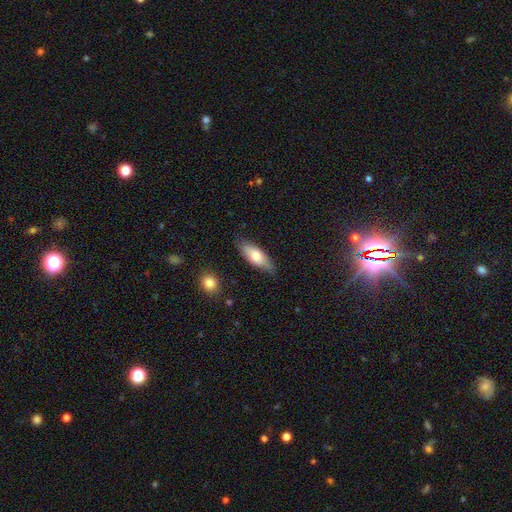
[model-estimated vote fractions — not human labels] Smooth or featured?
  - smooth: 70% *
  - featured or disk: 25%
  - star or artifact: 6%
How rounded?
  - in between: 70% *
  - cigar-shaped: 28%
  - round: 2%
Merging?
  - none: 80% *
  - minor disturbance: 16%
  - major disturbance: 3%
  - merger: 2%